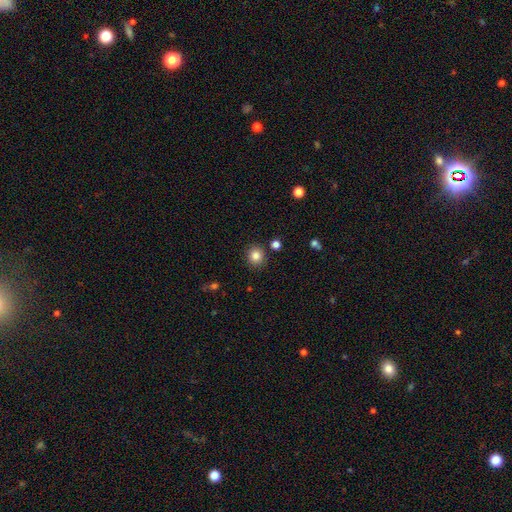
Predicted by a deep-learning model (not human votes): This appears to be a smooth galaxy with no disk features (84%) that is round (89%). Merging: none (88%).